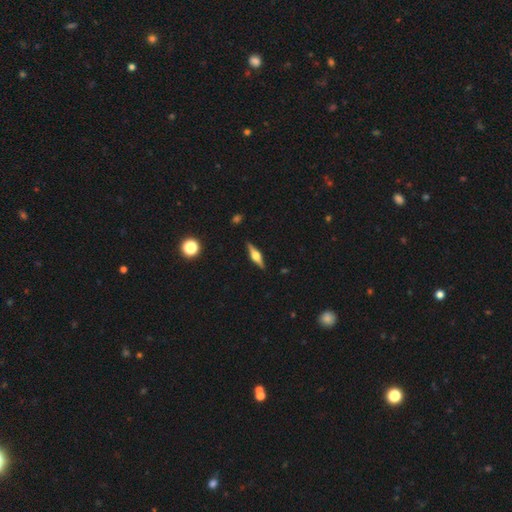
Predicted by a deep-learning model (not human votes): featured or disk 73%, smooth 21%, star or artifact 6%. Down the decision tree: edge-on disk — yes (97%); edge-on bulge — rounded (93%); merging — none (90%).